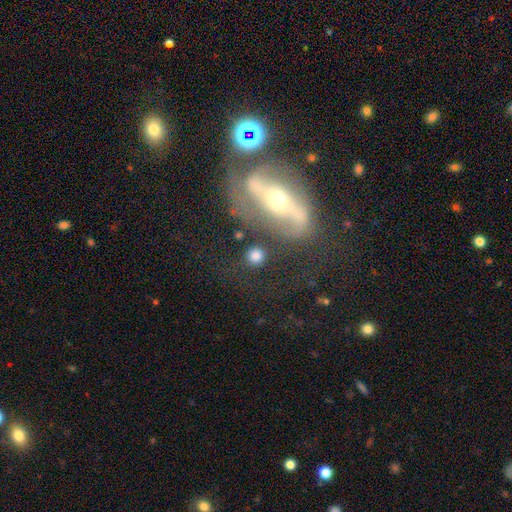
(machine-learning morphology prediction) Overall: smooth (77%). How rounded: round (90%). Merging: none (80%).